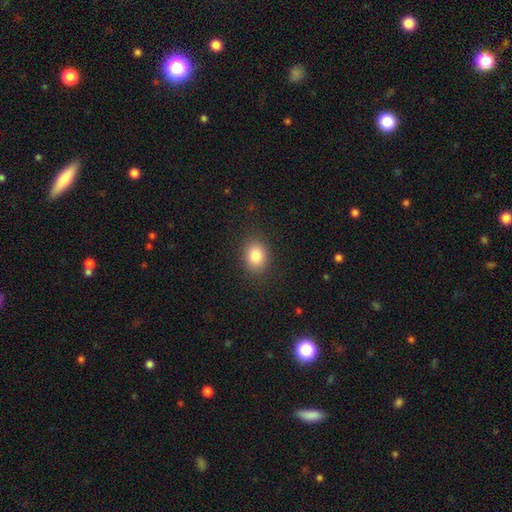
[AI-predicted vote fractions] Smooth or featured? Predicted: smooth (p=0.83). How rounded? Predicted: round (p=0.50). Merging? Predicted: none (p=0.87).